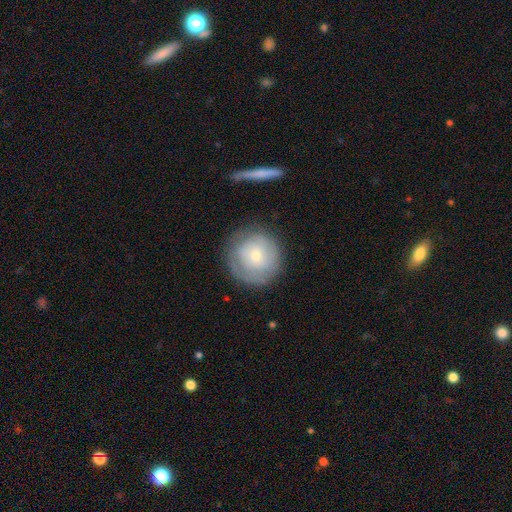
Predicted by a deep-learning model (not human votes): This is possibly a smooth galaxy (52%). How rounded: clearly round (93%). Merging: likely none (77%).